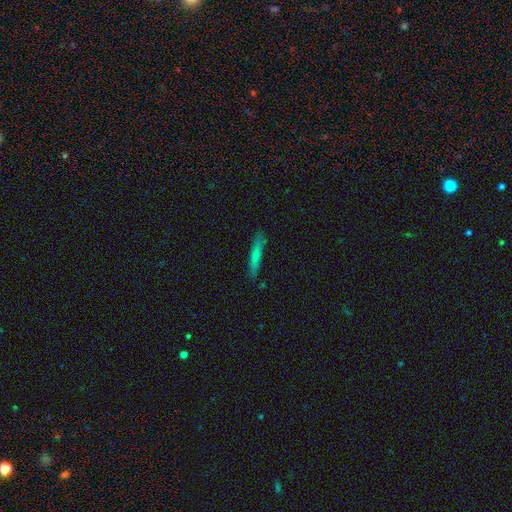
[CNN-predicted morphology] This is likely a smooth galaxy (66%). How rounded: clearly cigar-shaped (90%). Merging: clearly none (84%).